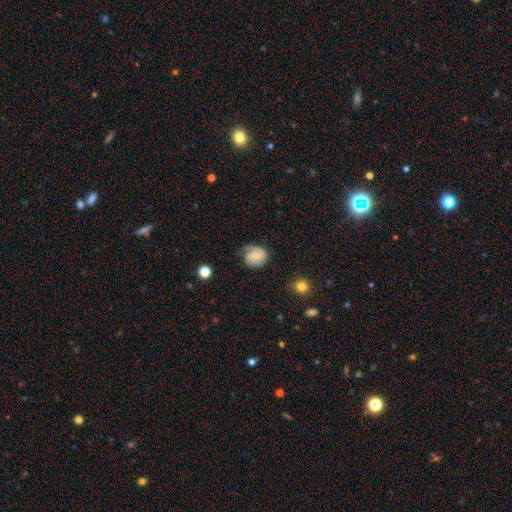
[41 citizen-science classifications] Overall: smooth (51%; featured or disk 37%). How rounded: round (86%). Merging: none (72%).